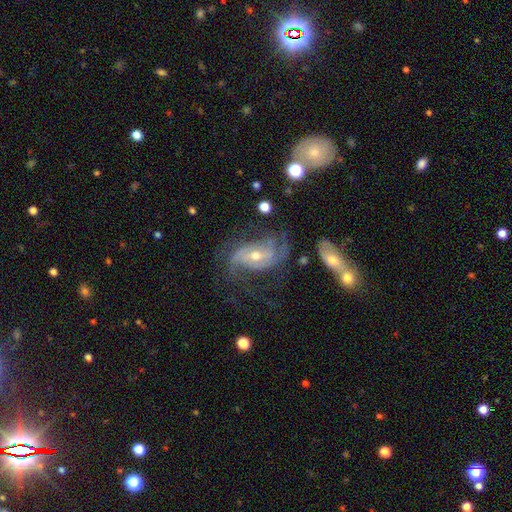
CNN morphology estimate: This is clearly a featured or disk galaxy (83%). It is clearly not viewed edge-on (95%). Bar: marginally no (45%). Spiral arm pattern: clearly yes (92%). Spiral arm count: possibly 2 (47%). Spiral winding: marginally medium (42%). Central bulge: possibly moderate (55%). Merging: possibly none (53%).